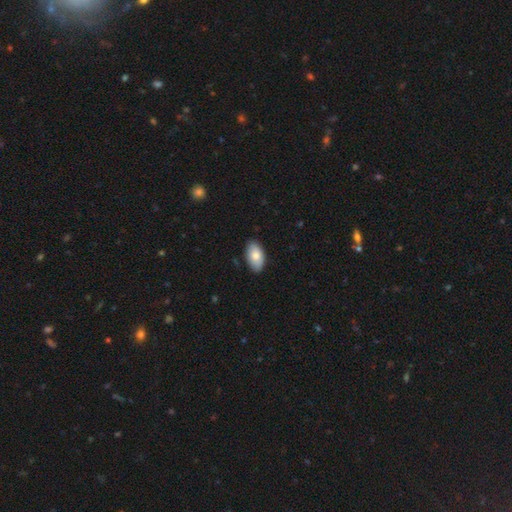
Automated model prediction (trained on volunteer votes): Smooth or featured?
  - smooth: 80% *
  - featured or disk: 14%
  - star or artifact: 6%
How rounded?
  - in between: 94% *
  - round: 4%
  - cigar-shaped: 2%
Merging?
  - none: 86% *
  - minor disturbance: 11%
  - major disturbance: 2%
  - merger: 1%